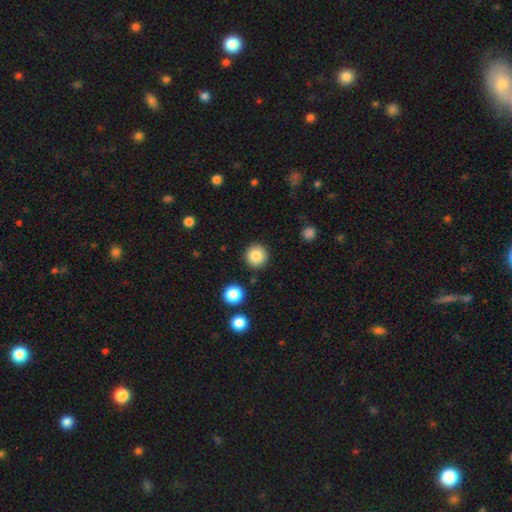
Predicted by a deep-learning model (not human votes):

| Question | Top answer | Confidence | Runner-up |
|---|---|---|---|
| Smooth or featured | smooth | 85% | star or artifact (9%) |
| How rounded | round | 94% | in between (5%) |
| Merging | none | 90% | minor disturbance (6%) |